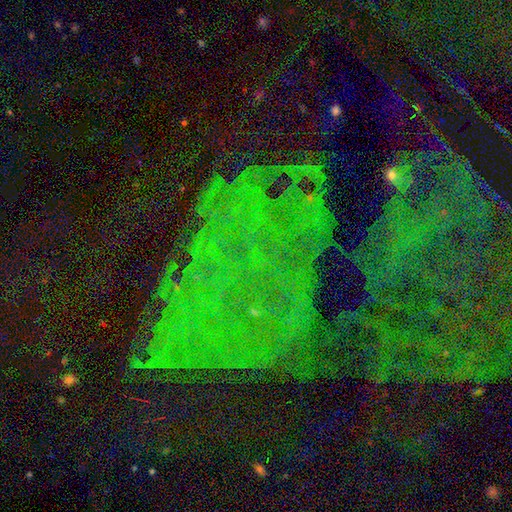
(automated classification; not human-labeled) Morphology: type=star or artifact (79%).